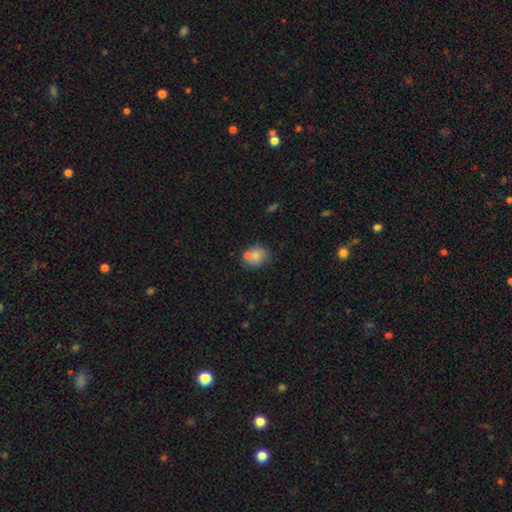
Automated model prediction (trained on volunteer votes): The model was most divided on "how rounded": round: 66%, in between: 33%, cigar-shaped: 1%. More confident: smooth or featured — smooth (76%); merging — none (59%).